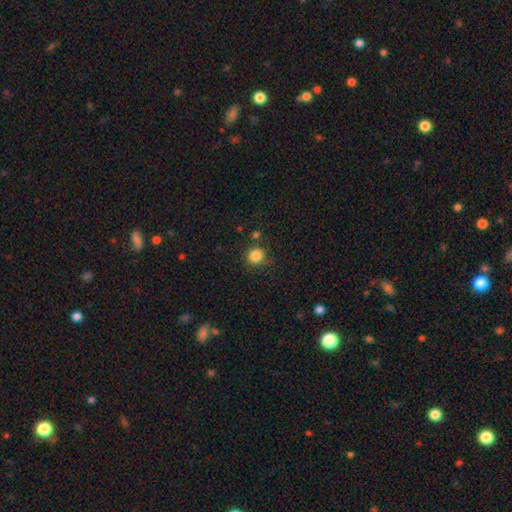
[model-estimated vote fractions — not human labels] smooth 84%, star or artifact 11%, featured or disk 4%. Down the decision tree: how rounded — round (89%); merging — none (81%).